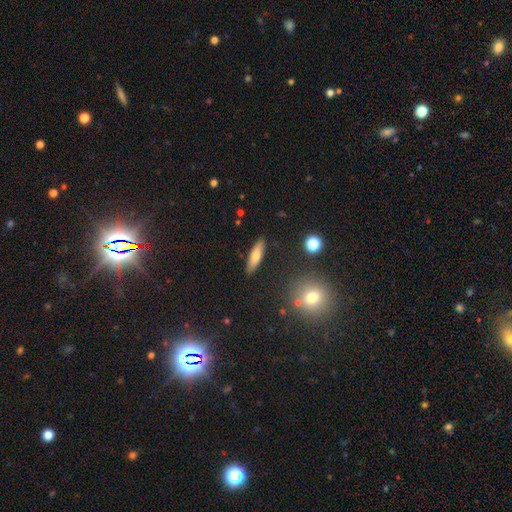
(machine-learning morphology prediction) This appears to be a smooth galaxy with no disk features (72%) that is cigar-shaped (63%). Merging: none (87%).